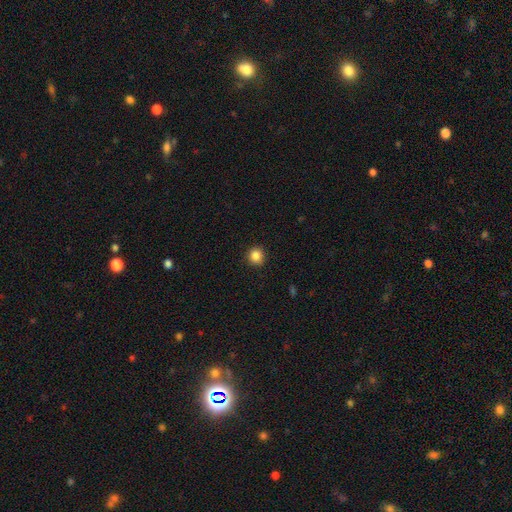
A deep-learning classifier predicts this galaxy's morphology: smooth_or_featured: smooth (p=0.85) [alt: star or artifact p=0.11]
how_rounded: round (p=0.91) [alt: in between p=0.08]
merging: none (p=0.92) [alt: minor disturbance p=0.06]